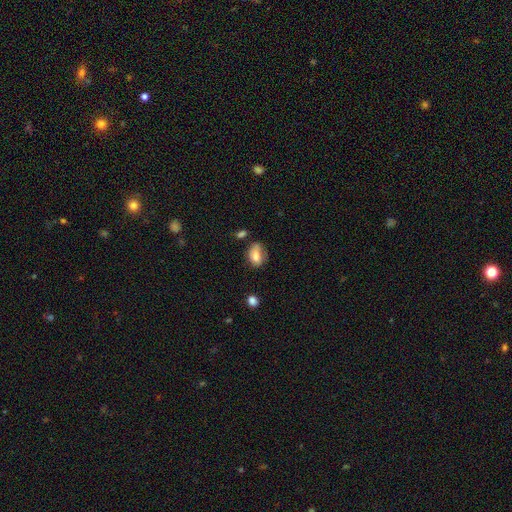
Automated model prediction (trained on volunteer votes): A smooth galaxy with no disk features (77%) that is in between round and cigar-shaped (79%). Merging: none (52%).